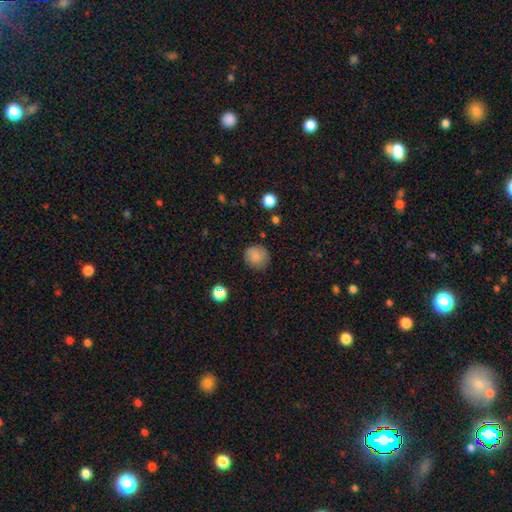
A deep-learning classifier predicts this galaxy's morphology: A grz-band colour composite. It shows a smooth galaxy with no disk features (83%) that is round (91%). Merging: none (81%).